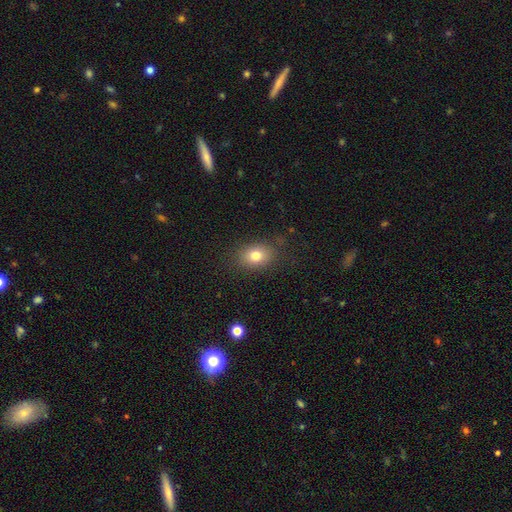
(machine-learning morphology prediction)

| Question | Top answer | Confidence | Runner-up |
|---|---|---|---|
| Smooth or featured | smooth | 78% | star or artifact (11%) |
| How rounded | in between | 66% | round (33%) |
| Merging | none | 84% | minor disturbance (11%) |